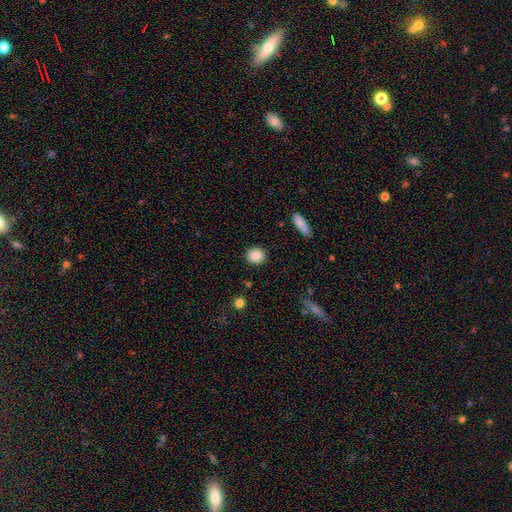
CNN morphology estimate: A smooth galaxy with no disk features (87%) that is round (86%).

Vote fractions:
- Smooth or featured? smooth: 87% / star or artifact: 8% / featured or disk: 4%
- How rounded? round: 86% / in between: 13% / cigar-shaped: 1%
- Merging? none: 90% / minor disturbance: 6% / major disturbance: 2% / merger: 1%